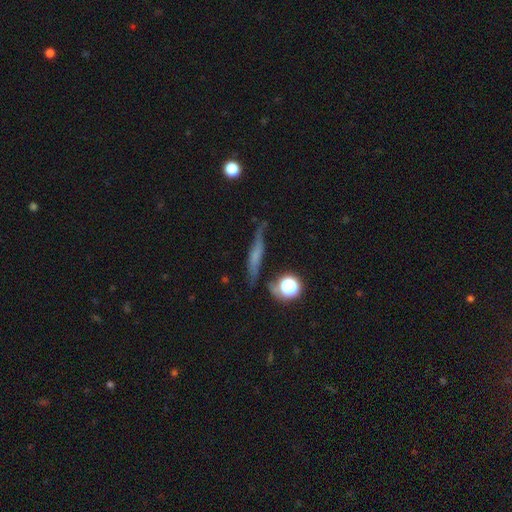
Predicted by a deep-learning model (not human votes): Smooth or featured? featured or disk (49%)
Merging? none (74%)